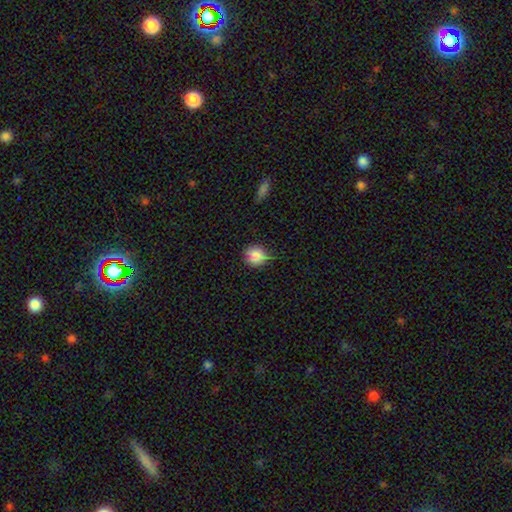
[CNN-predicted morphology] Q: Smooth or featured?
A: smooth (86%); runner-up: star or artifact (9%)
Q: How rounded?
A: round (84%); runner-up: in between (15%)
Q: Merging?
A: none (72%); runner-up: minor disturbance (23%)